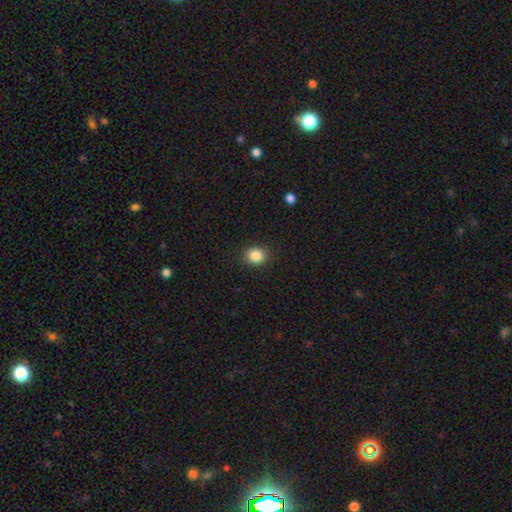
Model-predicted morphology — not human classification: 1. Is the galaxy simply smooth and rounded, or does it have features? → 85% smooth, 10% star or artifact, 5% featured or disk.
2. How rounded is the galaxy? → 74% round, 26% in between, 1% cigar-shaped.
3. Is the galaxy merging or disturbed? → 90% none, 7% minor disturbance, 2% major disturbance, 1% merger.